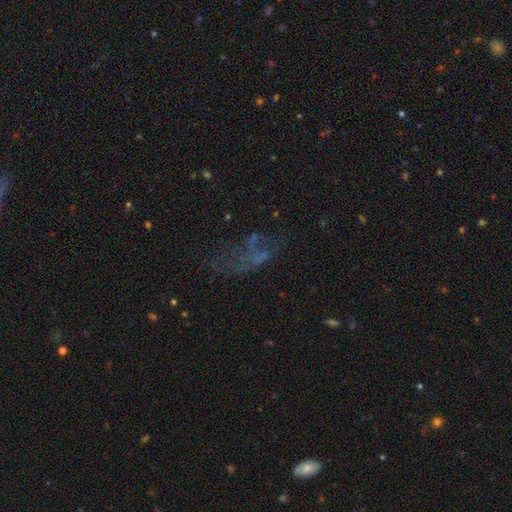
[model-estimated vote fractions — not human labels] smooth-or-featured: featured or disk: 41% | star or artifact: 30% | smooth: 29%
  merging: none: 41% | major disturbance: 37% | minor disturbance: 16% | merger: 7%